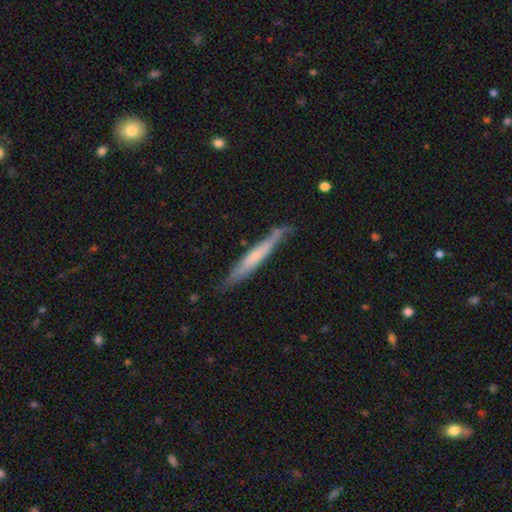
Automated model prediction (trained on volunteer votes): This is possibly a featured or disk galaxy (48%). Merging: likely none (75%).